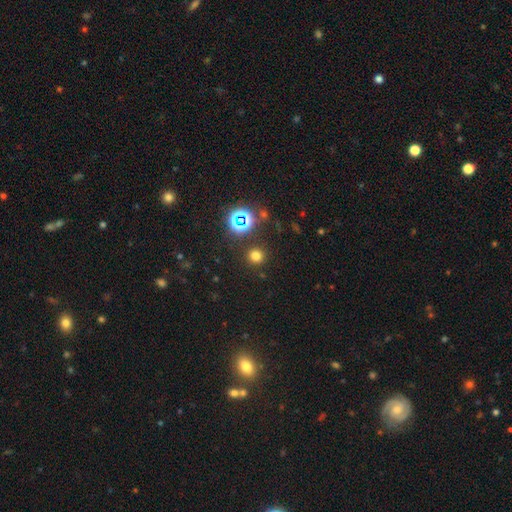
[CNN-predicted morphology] Smooth or featured? Predicted: smooth (p=0.71). How rounded? Predicted: round (p=0.92). Merging? Predicted: none (p=0.89).